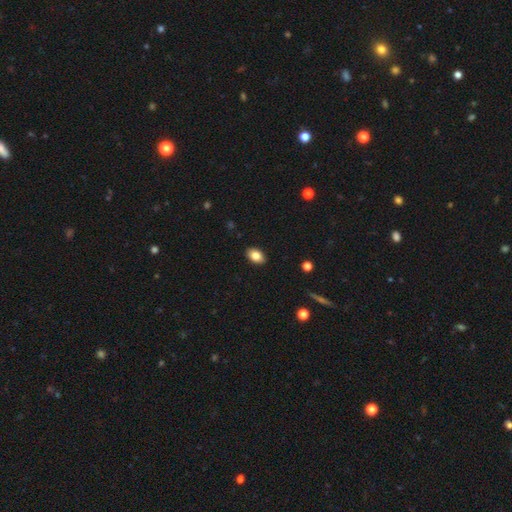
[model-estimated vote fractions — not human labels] Smooth or featured: smooth — 83% (featured or disk — 8%)
How rounded: in between — 89% (round — 10%)
Merging: none — 90% (minor disturbance — 8%)